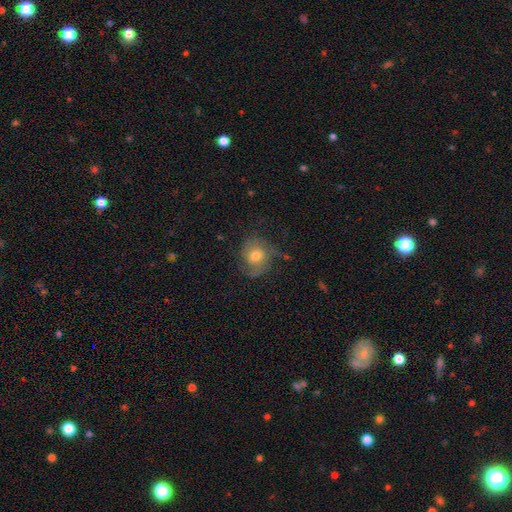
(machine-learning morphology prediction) Smooth or featured: featured or disk — 51% (smooth — 40%)
Edge-on disk: no — 96% (yes — 4%)
Merging: none — 58% (minor disturbance — 24%)